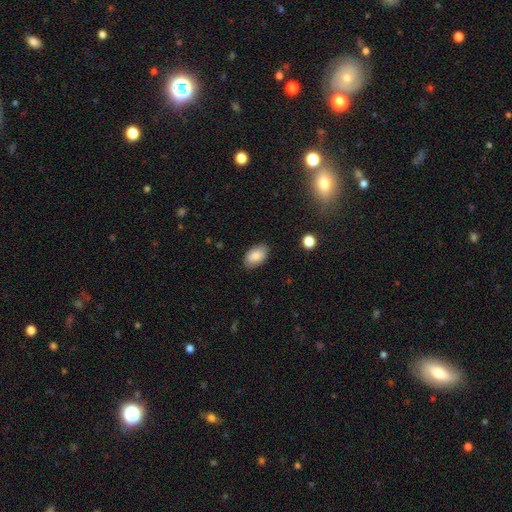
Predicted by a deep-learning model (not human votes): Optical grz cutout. It shows a smooth galaxy with no disk features (84%) that is in between round and cigar-shaped (92%). Merging: none (83%).